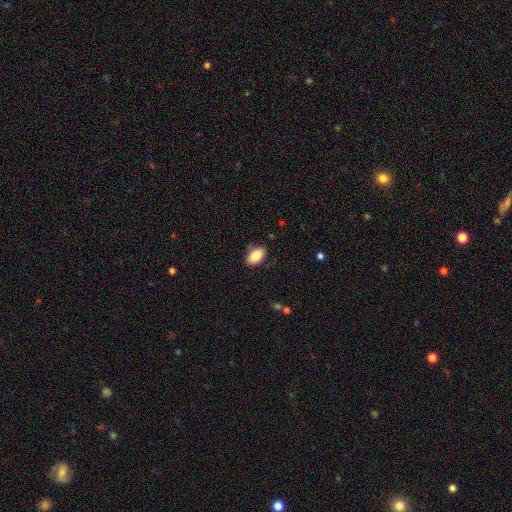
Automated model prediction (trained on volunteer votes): This is clearly a smooth galaxy (83%). How rounded: clearly in between (90%). Merging: clearly none (83%).